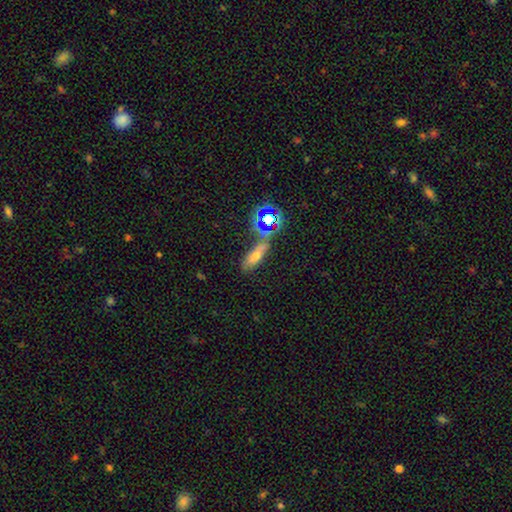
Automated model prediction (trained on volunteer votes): Morphology: type=smooth (56%); roundness=in between (48%); merging=none (60%).